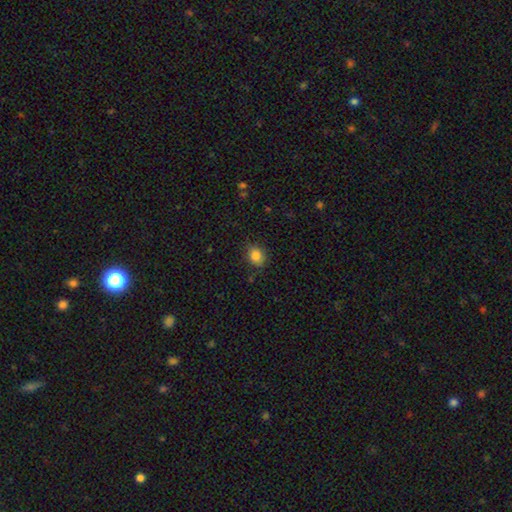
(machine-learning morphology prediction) A smooth galaxy with no disk features (84%) that is round (54%).

Vote fractions:
- Smooth or featured? smooth: 84% / star or artifact: 10% / featured or disk: 5%
- How rounded? round: 54% / in between: 45% / cigar-shaped: 1%
- Merging? none: 81% / minor disturbance: 15% / major disturbance: 3% / merger: 1%